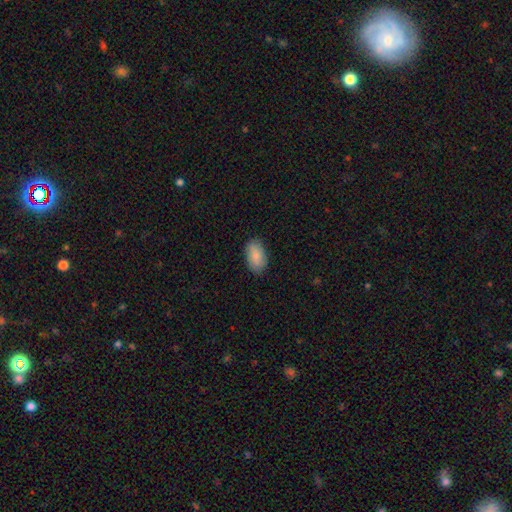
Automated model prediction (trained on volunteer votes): Overall: smooth (88%). How rounded: in between (94%). Merging: none (86%).